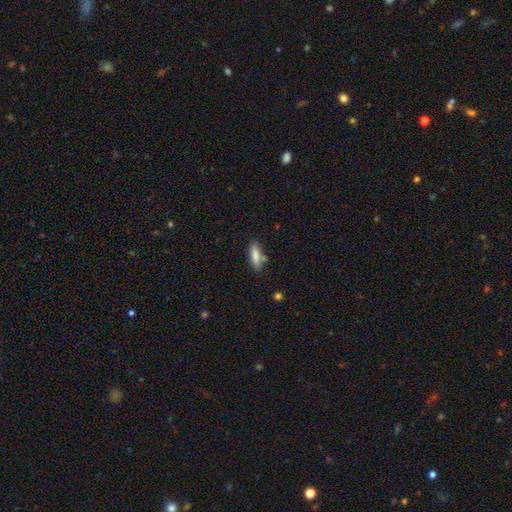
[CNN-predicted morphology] Overall: smooth (83%). How rounded: in between (54%; cigar-shaped 44%). Merging: none (72%).